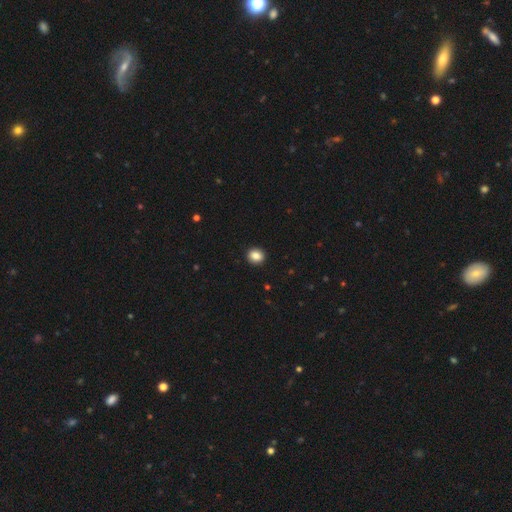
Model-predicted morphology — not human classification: A smooth galaxy with no disk features (86%) that is round (77%).

Vote fractions:
- Smooth or featured? smooth: 86% / star or artifact: 9% / featured or disk: 5%
- How rounded? round: 77% / in between: 22% / cigar-shaped: 1%
- Merging? none: 93% / minor disturbance: 5% / major disturbance: 2% / merger: 1%